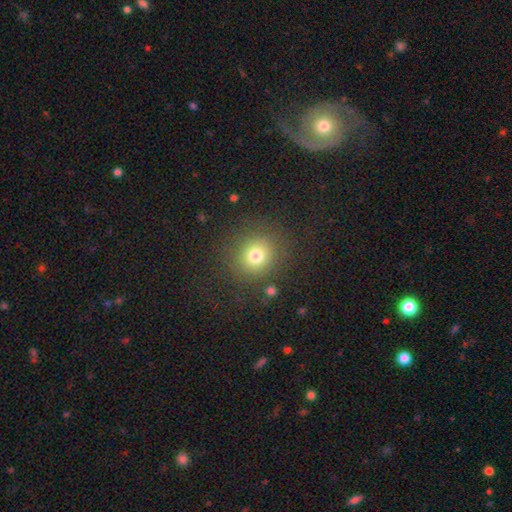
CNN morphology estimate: Q: Smooth or featured?
A: smooth (76%); runner-up: star or artifact (16%)
Q: How rounded?
A: round (86%); runner-up: in between (13%)
Q: Merging?
A: none (85%); runner-up: minor disturbance (8%)